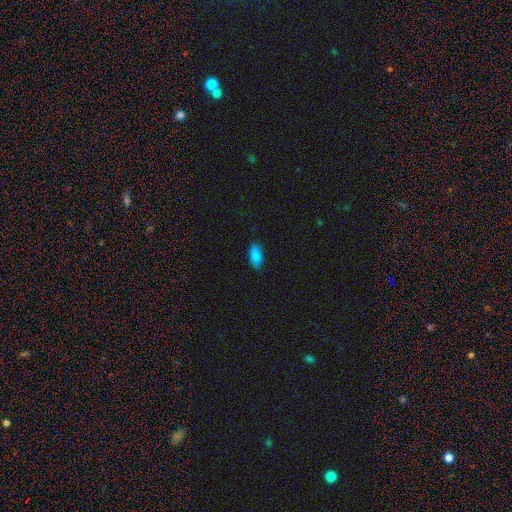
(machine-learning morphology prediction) type=smooth (88%); roundness=in between (90%); merging=none (86%).